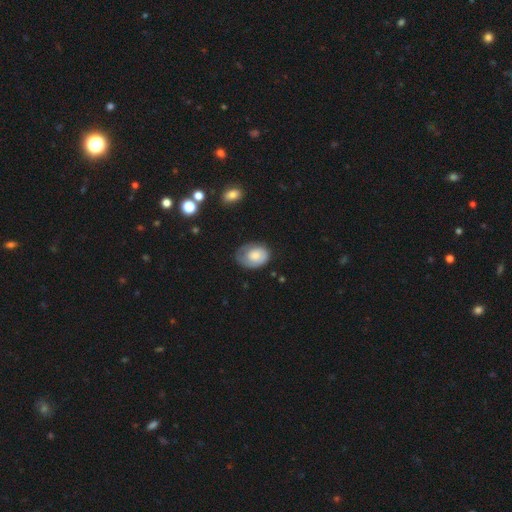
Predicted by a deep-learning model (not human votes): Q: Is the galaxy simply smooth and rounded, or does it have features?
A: smooth — 60%.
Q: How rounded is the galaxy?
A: in between — 71%.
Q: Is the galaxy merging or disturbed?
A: none — 53%.